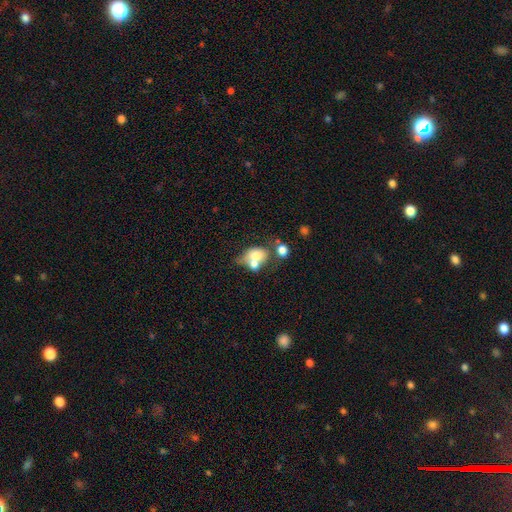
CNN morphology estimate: Smooth or featured? Predicted: smooth (p=0.66). How rounded? Predicted: in between (p=0.62). Merging? Predicted: merger (p=0.56).